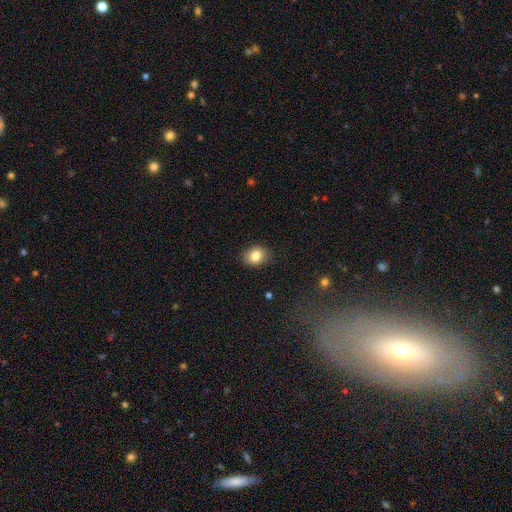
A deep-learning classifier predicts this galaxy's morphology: The model was most divided on "how rounded": round: 53%, in between: 46%, cigar-shaped: 1%. More confident: merging — none (86%); smooth or featured — smooth (83%).